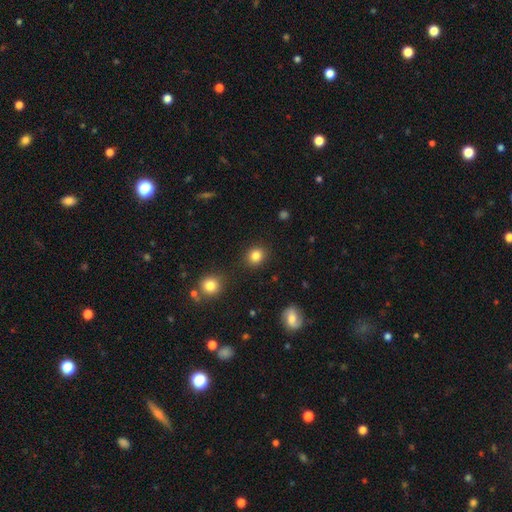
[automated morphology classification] smooth-or-featured: smooth: 84% | star or artifact: 11% | featured or disk: 5%
  how-rounded: round: 80% | in between: 19% | cigar-shaped: 1%
  merging: none: 89% | minor disturbance: 7% | major disturbance: 2% | merger: 2%